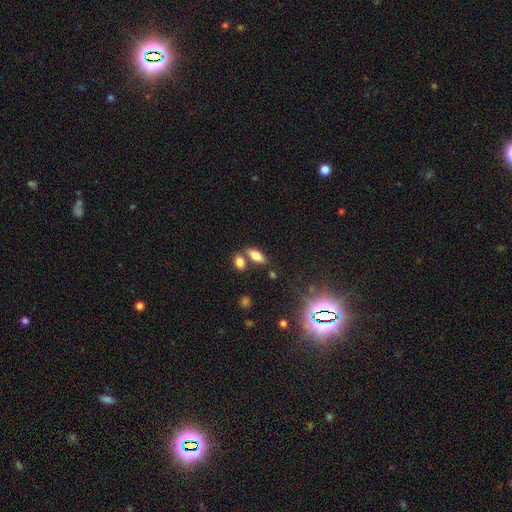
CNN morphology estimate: Smooth or featured?
  - smooth: 76% *
  - featured or disk: 14%
  - star or artifact: 10%
How rounded?
  - in between: 81% *
  - cigar-shaped: 15%
  - round: 4%
Merging?
  - none: 62% *
  - merger: 23%
  - minor disturbance: 11%
  - major disturbance: 4%